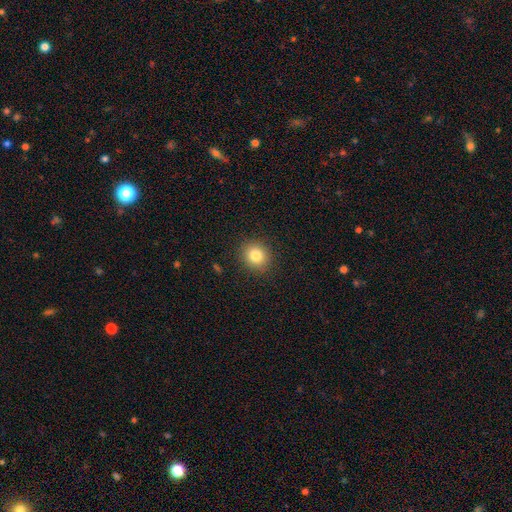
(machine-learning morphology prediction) Smooth or featured? Predicted: smooth (p=0.82). How rounded? Predicted: round (p=0.81). Merging? Predicted: none (p=0.90).